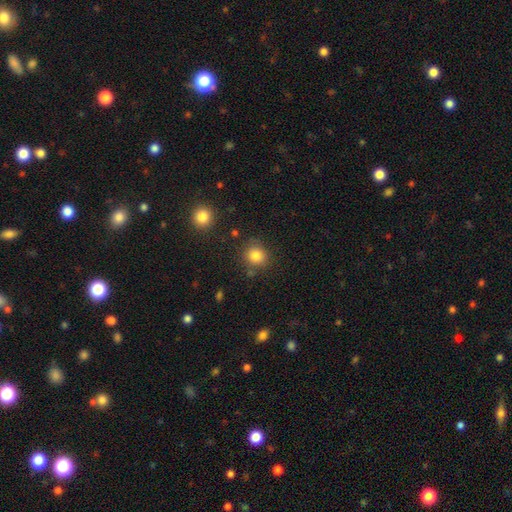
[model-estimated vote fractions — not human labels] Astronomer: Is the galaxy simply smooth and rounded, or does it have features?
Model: smooth — 84%.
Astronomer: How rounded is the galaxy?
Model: round — 85%.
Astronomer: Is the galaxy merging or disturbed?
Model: none — 80%.